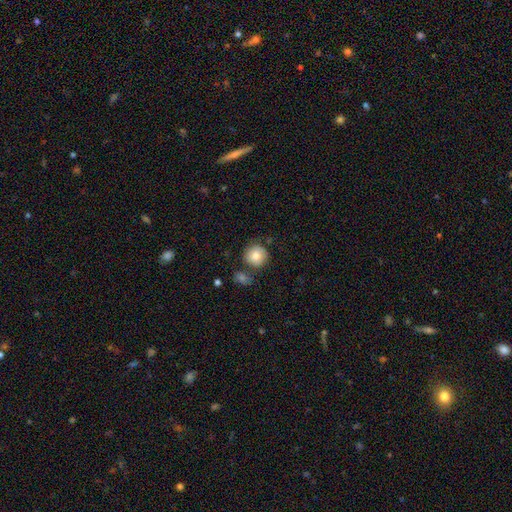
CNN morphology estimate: This appears to be a smooth galaxy with no disk features (81%) that is round (93%). Merging: none (74%).